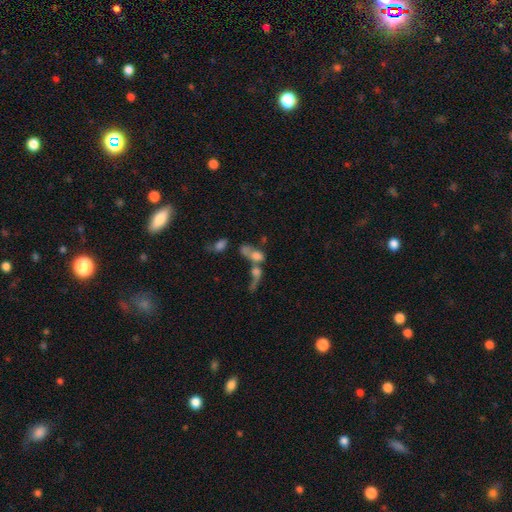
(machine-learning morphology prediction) Smooth or featured: smooth — 53% (featured or disk — 31%)
How rounded: in between — 69% (round — 22%)
Merging: merger — 68% (major disturbance — 14%)